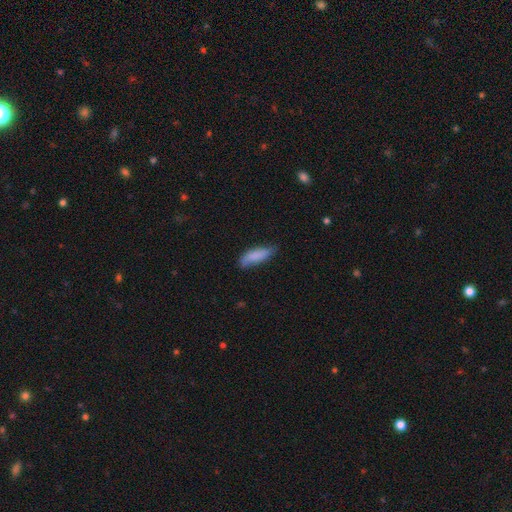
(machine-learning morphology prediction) Smooth or featured? smooth (80%)
How rounded? in between (59%)
Merging? none (62%)